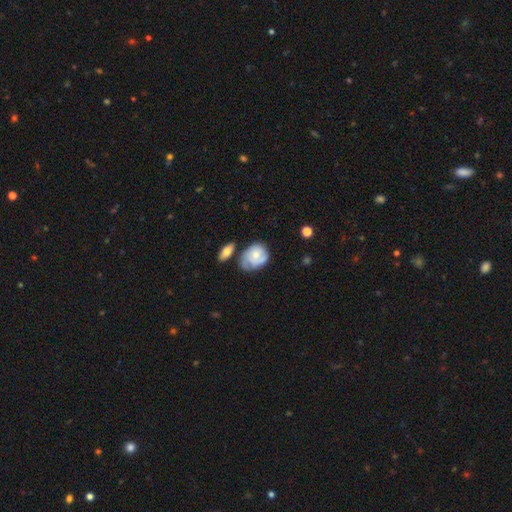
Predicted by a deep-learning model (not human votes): This is possibly a smooth galaxy (47%, tied with featured or disk). Merging: possibly none (45%).